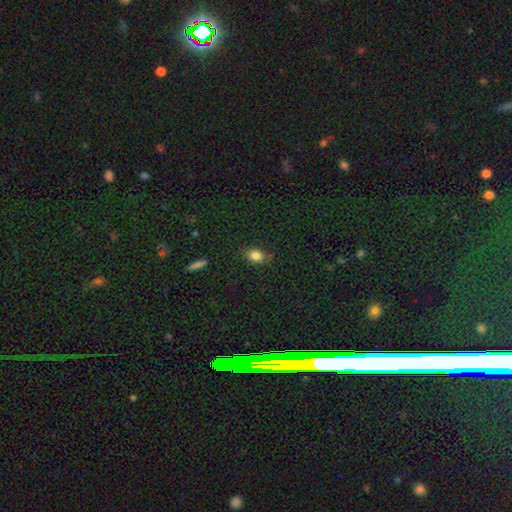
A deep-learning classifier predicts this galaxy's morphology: Smooth or featured?
  - smooth: 83% *
  - star or artifact: 11%
  - featured or disk: 6%
How rounded?
  - in between: 68% *
  - round: 30%
  - cigar-shaped: 2%
Merging?
  - none: 80% *
  - minor disturbance: 15%
  - major disturbance: 3%
  - merger: 2%